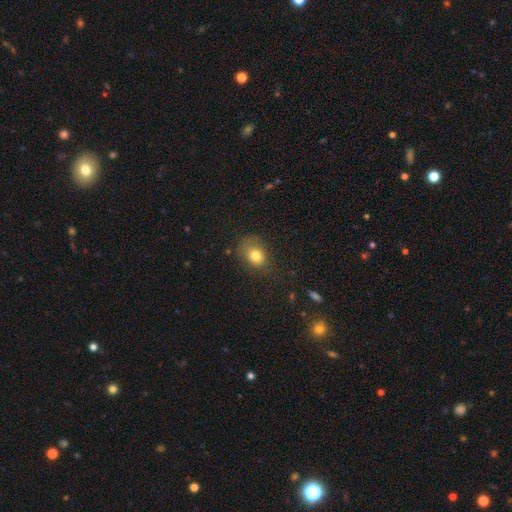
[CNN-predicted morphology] smooth 78%, featured or disk 12%, star or artifact 10%. Down the decision tree: how rounded — in between (52%); merging — none (58%).